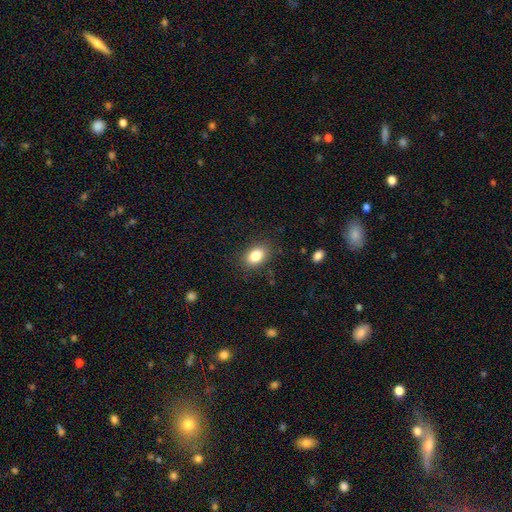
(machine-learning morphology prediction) Smooth or featured? Predicted: smooth (p=0.84). How rounded? Predicted: in between (p=0.82). Merging? Predicted: none (p=0.84).